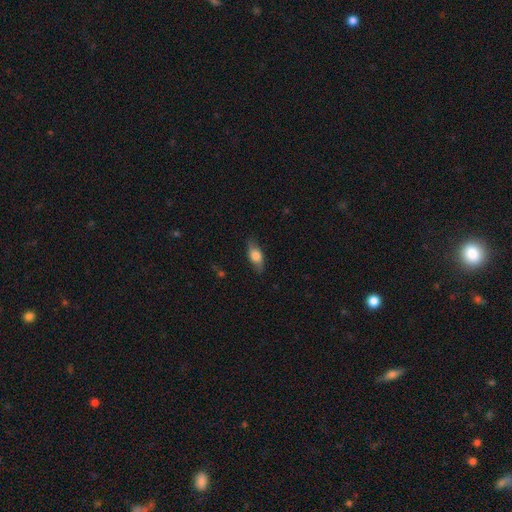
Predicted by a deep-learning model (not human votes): The model was most divided on "smooth or featured": smooth: 68%, featured or disk: 25%, star or artifact: 7%. More confident: how rounded — in between (80%); merging — none (80%).